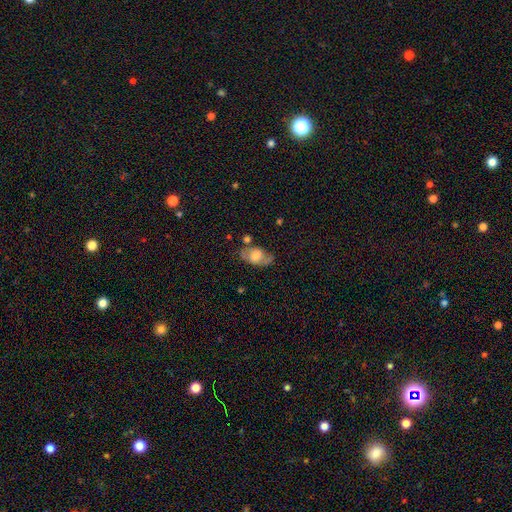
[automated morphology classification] Smooth or featured? smooth (46%, tied with featured or disk)
Merging? none (56%)